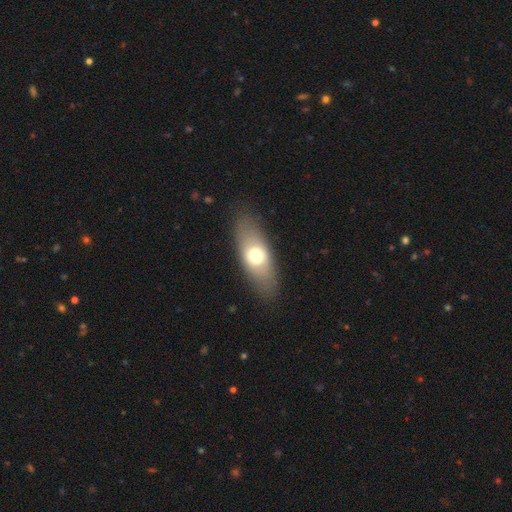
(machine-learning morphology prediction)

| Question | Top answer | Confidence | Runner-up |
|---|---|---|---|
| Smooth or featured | smooth | 64% | featured or disk (29%) |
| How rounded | in between | 79% | cigar-shaped (17%) |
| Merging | none | 84% | minor disturbance (11%) |